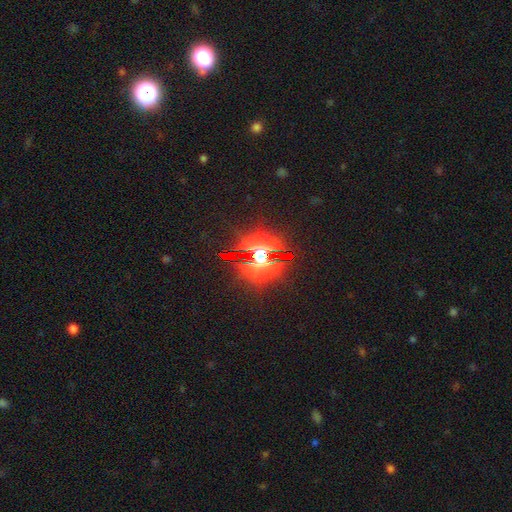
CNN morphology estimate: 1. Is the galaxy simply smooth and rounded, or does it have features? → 78% star or artifact, 13% smooth, 10% featured or disk.